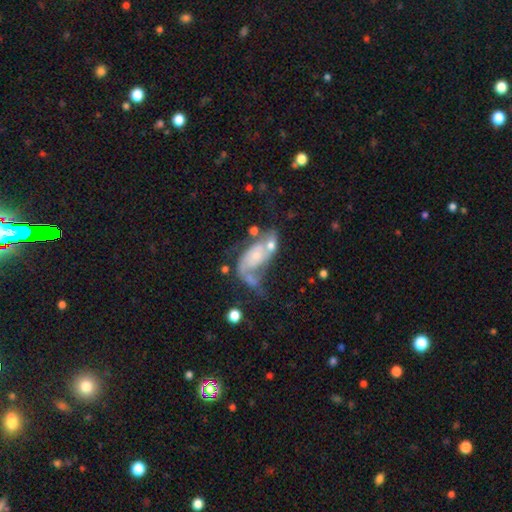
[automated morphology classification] Q: Smooth or featured?
A: featured or disk (74%); runner-up: smooth (19%)
Q: Edge-on disk?
A: no (96%); runner-up: yes (4%)
Q: Bar?
A: no (73%); runner-up: weak (22%)
Q: Spiral arms?
A: yes (84%); runner-up: no (16%)
Q: Spiral winding?
A: loose (40%); runner-up: medium (38%)
Q: Spiral arm count?
A: 2 (54%); runner-up: 1 (31%)
Q: Bulge size?
A: small (60%); runner-up: moderate (28%)
Q: Merging?
A: major disturbance (29%); tied with: merger (29%)